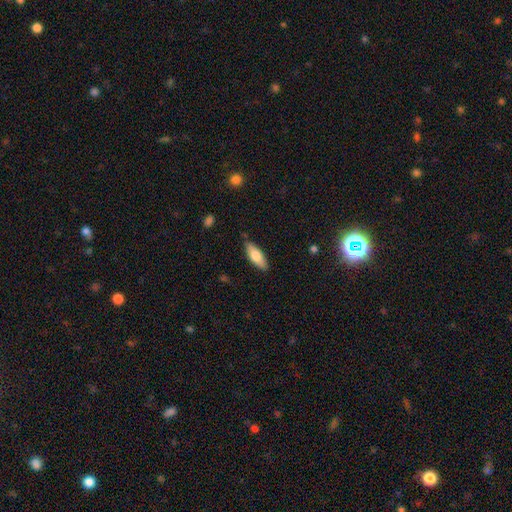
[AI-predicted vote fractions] Smooth or featured? Predicted: smooth (p=0.72). How rounded? Predicted: in between (p=0.67). Merging? Predicted: none (p=0.84).